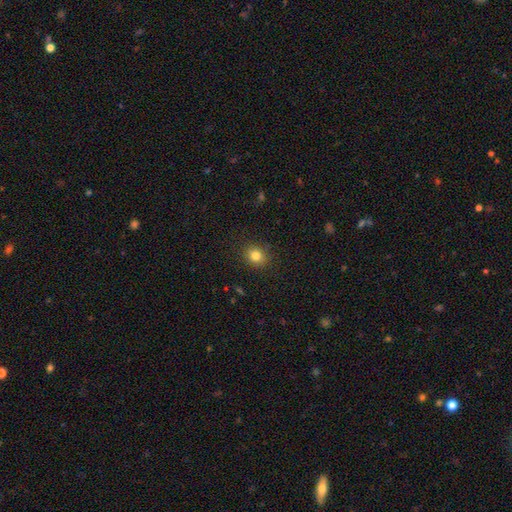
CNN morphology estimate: Overall: smooth (81%). How rounded: round (77%). Merging: none (89%).